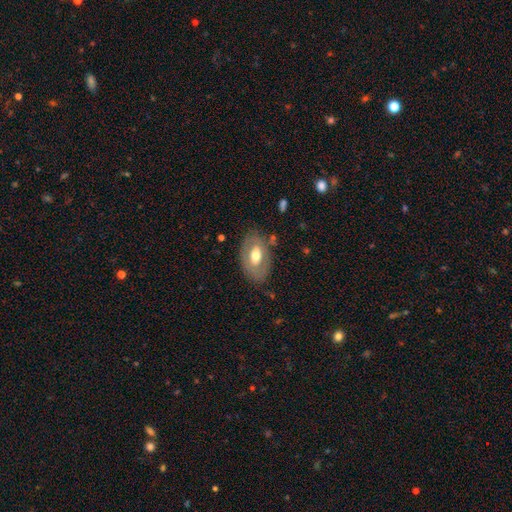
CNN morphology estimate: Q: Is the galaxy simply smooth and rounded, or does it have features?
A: smooth — 49%.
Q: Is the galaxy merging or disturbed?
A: none — 75%.